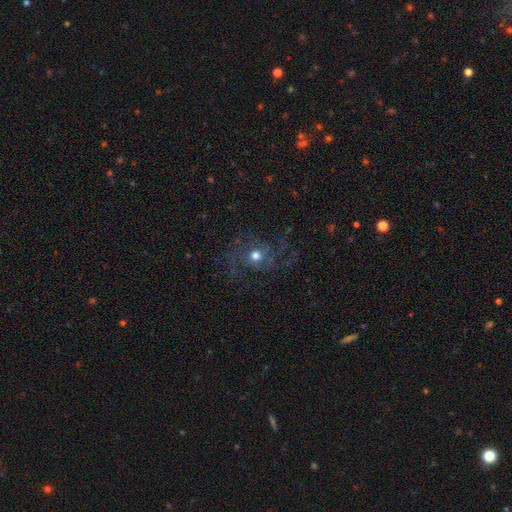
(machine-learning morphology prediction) Smooth or featured: featured or disk — 66% (smooth — 21%)
Edge-on disk: no — 95% (yes — 5%)
Bar: no — 80% (weak — 17%)
Spiral arms: yes — 83% (no — 17%)
Spiral winding: medium — 45% (loose — 34%)
Spiral arm count: 3 — 28% (2 — 24%)
Bulge size: moderate — 68% (small — 17%)
Merging: none — 57% (major disturbance — 24%)